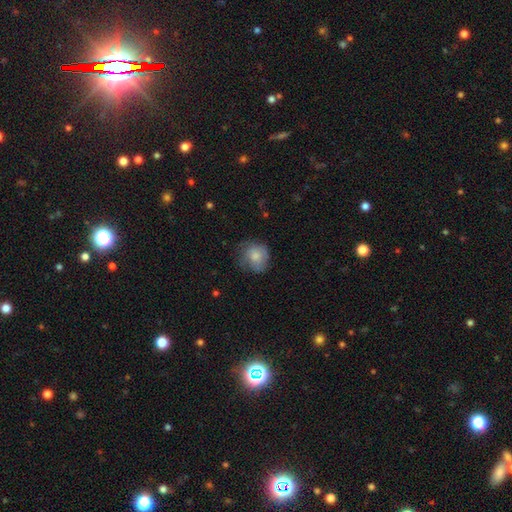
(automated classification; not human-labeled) smooth 73%, featured or disk 20%, star or artifact 8%. Down the decision tree: how rounded — round (77%); merging — none (59%).